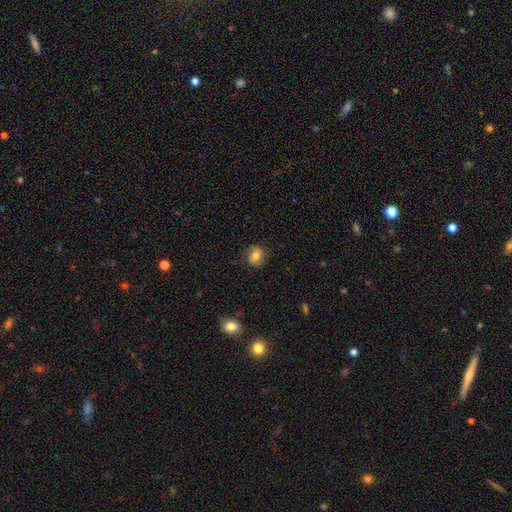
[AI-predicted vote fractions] This is likely a smooth galaxy (66%). How rounded: likely round (68%). Merging: likely none (77%).